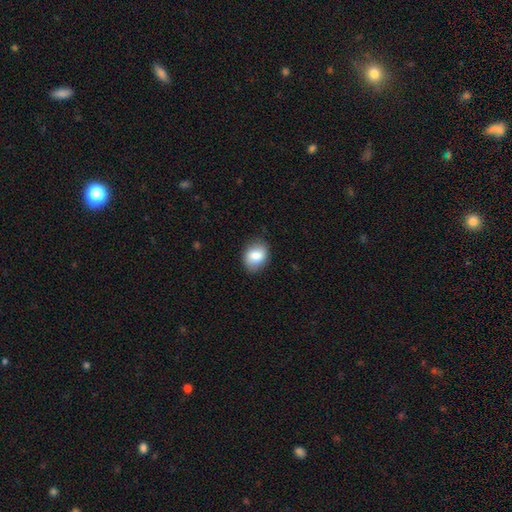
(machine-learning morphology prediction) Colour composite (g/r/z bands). It shows a smooth galaxy with no disk features (82%) that is in between round and cigar-shaped (58%). Merging: none (81%).